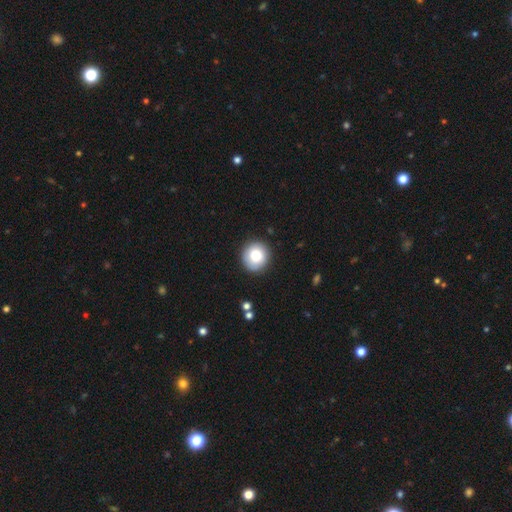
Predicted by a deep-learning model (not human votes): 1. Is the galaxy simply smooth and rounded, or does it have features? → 81% smooth, 11% featured or disk, 8% star or artifact.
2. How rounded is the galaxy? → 91% round, 8% in between, 1% cigar-shaped.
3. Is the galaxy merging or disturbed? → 89% none, 8% minor disturbance, 2% major disturbance, 1% merger.